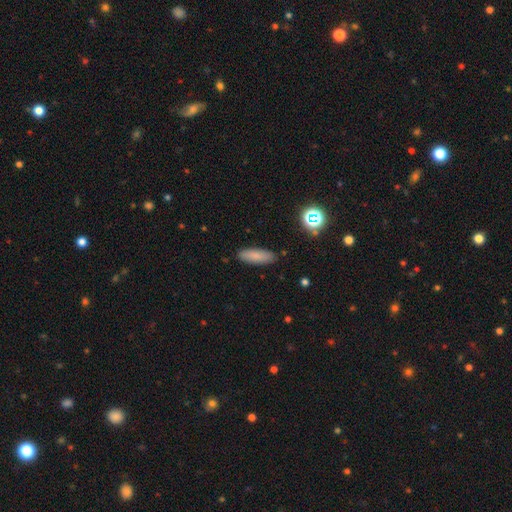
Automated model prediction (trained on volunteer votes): A smooth galaxy with no disk features (82%) that is in between round and cigar-shaped (51%).

Vote fractions:
- Smooth or featured? smooth: 82% / star or artifact: 9% / featured or disk: 9%
- How rounded? in between: 51% / cigar-shaped: 47% / round: 2%
- Merging? none: 88% / minor disturbance: 9% / major disturbance: 2% / merger: 1%